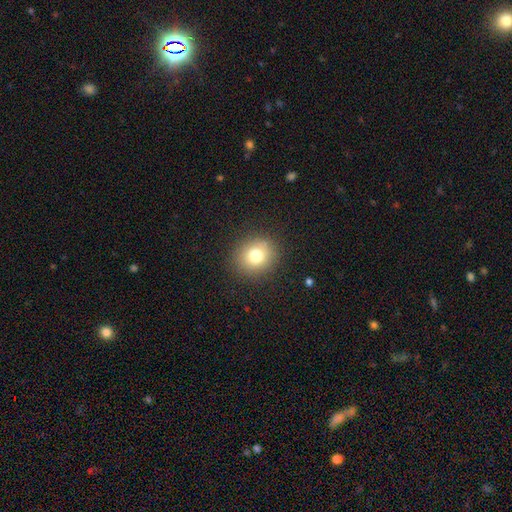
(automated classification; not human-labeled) Morphology: type=smooth (77%); roundness=round (83%); merging=none (88%).